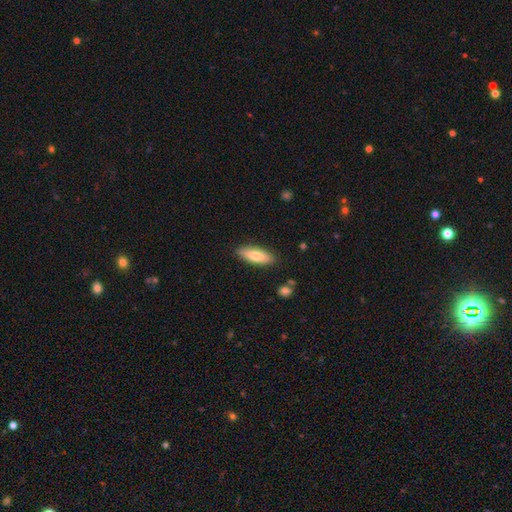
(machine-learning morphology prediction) This is likely a smooth galaxy (75%). How rounded: possibly in between (60%). Merging: clearly none (86%).